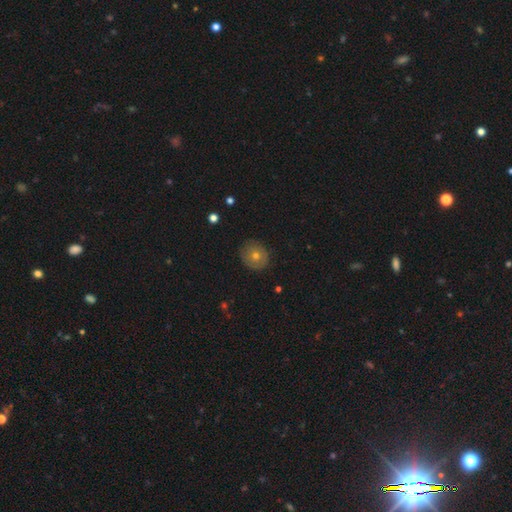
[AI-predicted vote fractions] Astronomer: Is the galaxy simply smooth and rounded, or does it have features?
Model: smooth — 59%.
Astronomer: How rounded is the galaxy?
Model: round — 83%.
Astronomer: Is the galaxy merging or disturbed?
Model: none — 86%.